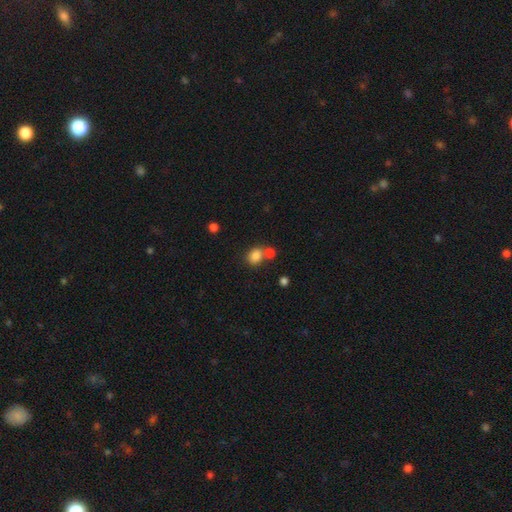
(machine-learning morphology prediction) Overall: smooth (83%). How rounded: round (56%; in between 43%). Merging: none (49%; merger 38%).